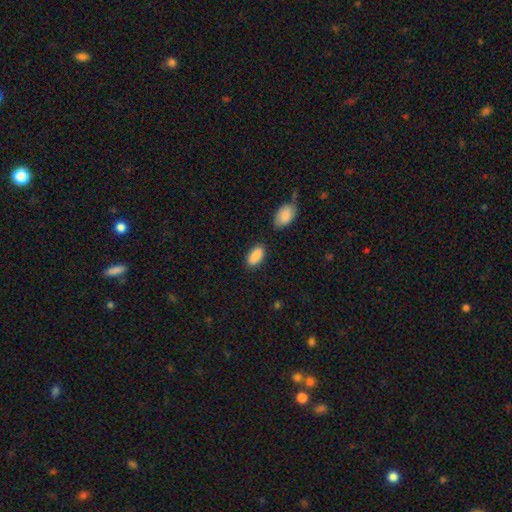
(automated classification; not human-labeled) Smooth or featured: smooth — 89% (star or artifact — 7%)
How rounded: in between — 93% (cigar-shaped — 4%)
Merging: none — 79% (minor disturbance — 13%)